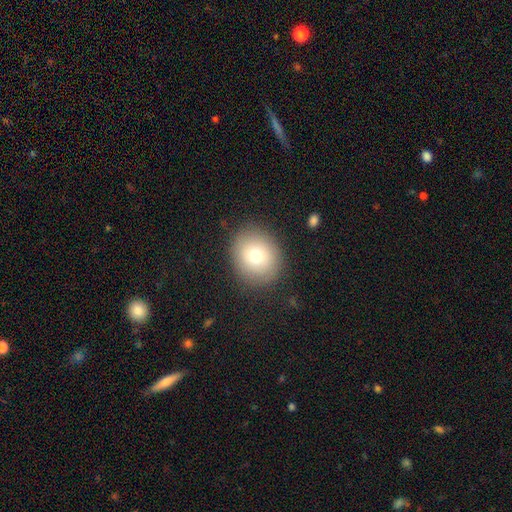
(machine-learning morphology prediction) A smooth galaxy with no disk features (75%) that is round (77%). Merging: none (87%).